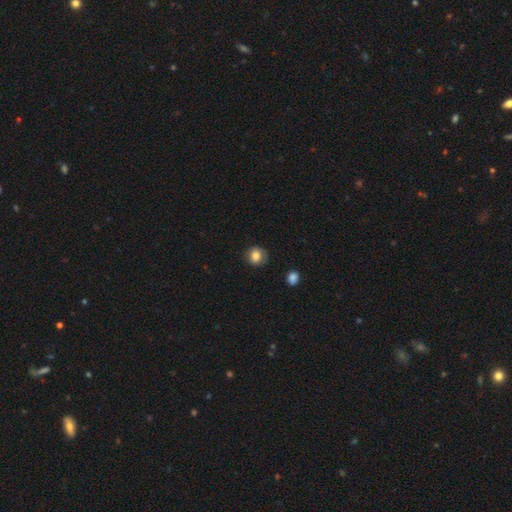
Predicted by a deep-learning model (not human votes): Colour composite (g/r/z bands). It shows a smooth galaxy with no disk features (80%) that is round (81%). Merging: none (79%).